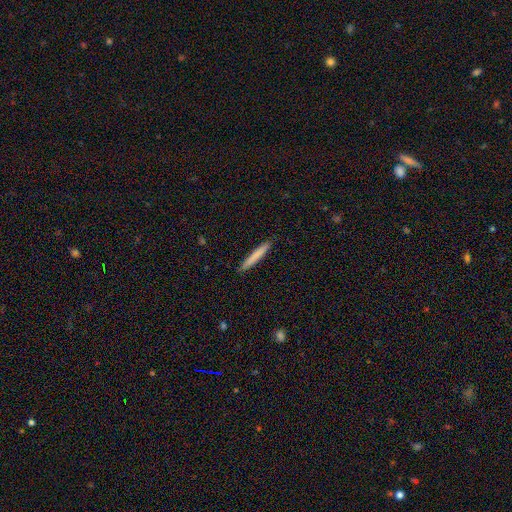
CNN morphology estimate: Smooth or featured? Predicted: smooth (p=0.76). How rounded? Predicted: cigar-shaped (p=0.96). Merging? Predicted: none (p=0.90).